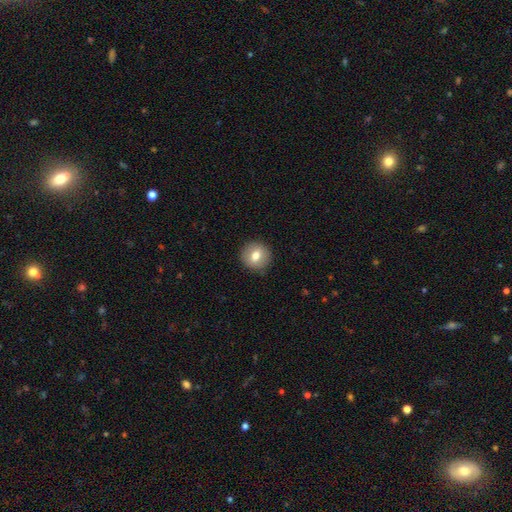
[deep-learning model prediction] Morphology: type=smooth (73%); roundness=round (88%); merging=none (89%).